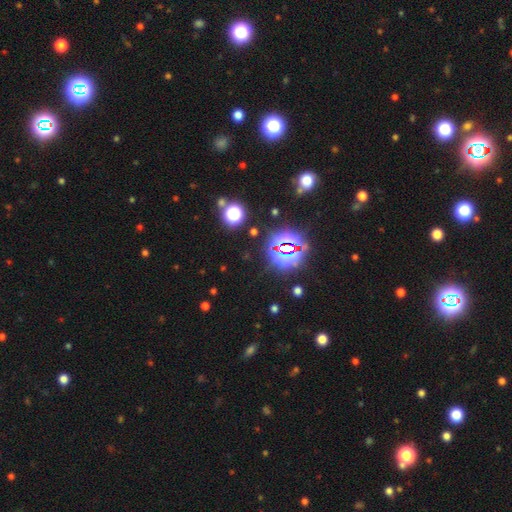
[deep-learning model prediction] Smooth or featured? star or artifact (77%)